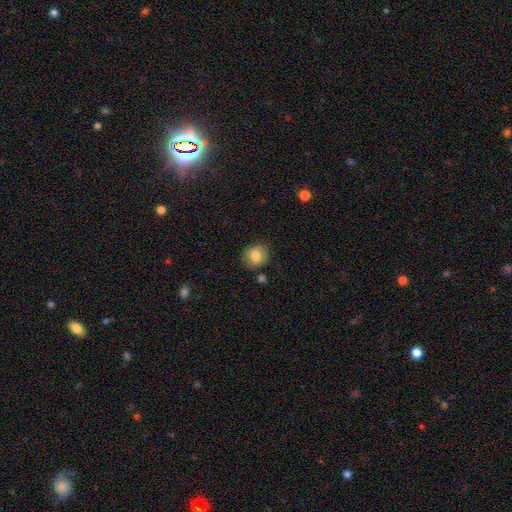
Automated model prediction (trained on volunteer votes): A smooth galaxy with no disk features (79%) that is round (64%).

Vote fractions:
- Smooth or featured? smooth: 79% / featured or disk: 12% / star or artifact: 9%
- How rounded? round: 64% / in between: 35% / cigar-shaped: 1%
- Merging? none: 82% / minor disturbance: 12% / merger: 3% / major disturbance: 3%